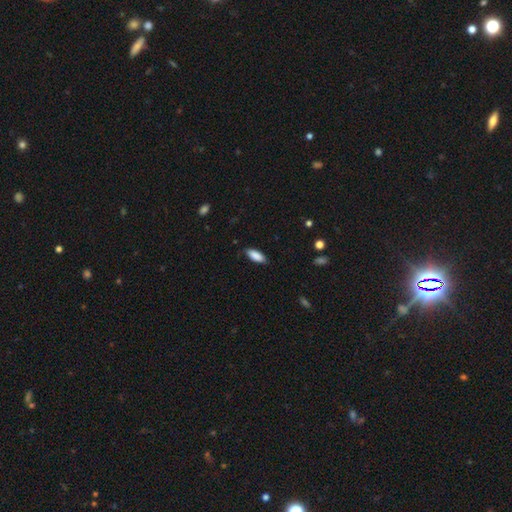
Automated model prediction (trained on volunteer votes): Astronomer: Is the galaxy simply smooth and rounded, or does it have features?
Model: smooth — 88%.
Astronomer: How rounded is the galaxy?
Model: in between — 76%.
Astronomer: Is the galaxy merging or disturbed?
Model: none — 84%.